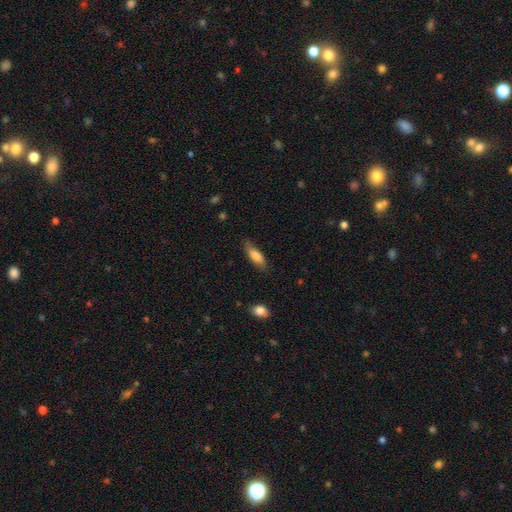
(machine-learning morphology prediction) A smooth galaxy with no disk features (77%) that is in between round and cigar-shaped (57%). Merging: none (76%).